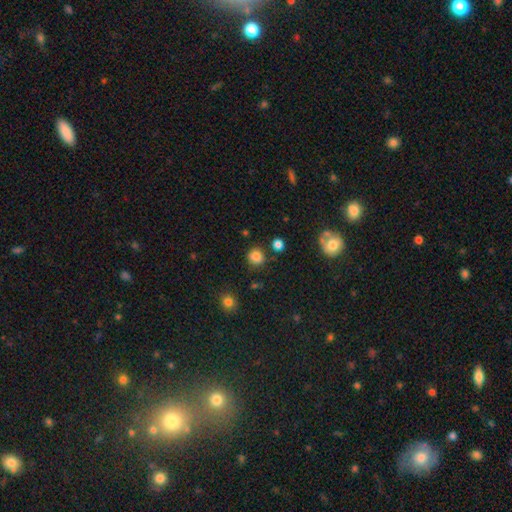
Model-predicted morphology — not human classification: A smooth galaxy with no disk features (83%) that is round (89%).

Vote fractions:
- Smooth or featured? smooth: 83% / star or artifact: 13% / featured or disk: 4%
- How rounded? round: 89% / in between: 10% / cigar-shaped: 1%
- Merging? none: 82% / minor disturbance: 10% / merger: 5% / major disturbance: 4%